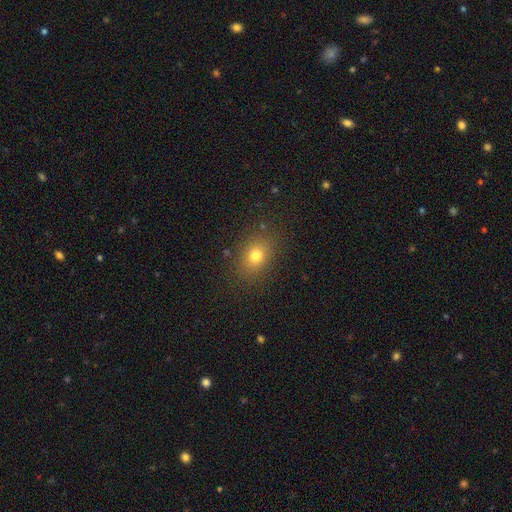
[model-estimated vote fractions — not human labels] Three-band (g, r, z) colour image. It shows a smooth galaxy with no disk features (76%) that is in between round and cigar-shaped (62%). Merging: none (85%).